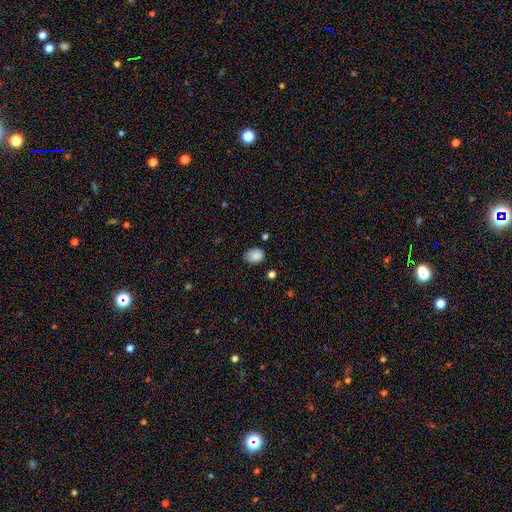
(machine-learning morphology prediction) A smooth galaxy with no disk features (86%) that is in between round and cigar-shaped (67%).

Vote fractions:
- Smooth or featured? smooth: 86% / star or artifact: 9% / featured or disk: 5%
- How rounded? in between: 67% / round: 32% / cigar-shaped: 1%
- Merging? none: 69% / minor disturbance: 24% / major disturbance: 4% / merger: 3%